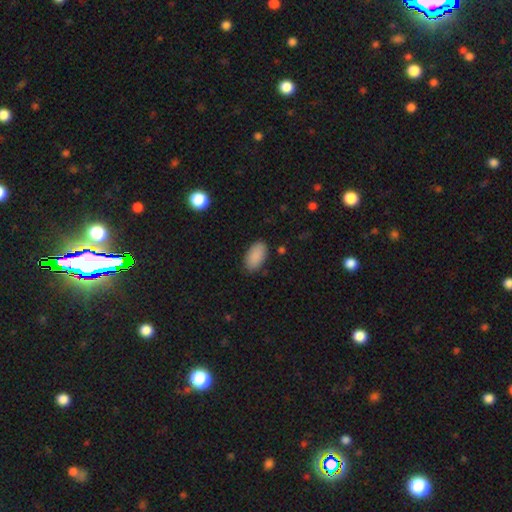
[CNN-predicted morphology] smooth-or-featured: smooth: 89% | star or artifact: 7% | featured or disk: 4%
  how-rounded: in between: 94% | round: 3% | cigar-shaped: 2%
  merging: none: 85% | minor disturbance: 11% | major disturbance: 3% | merger: 1%